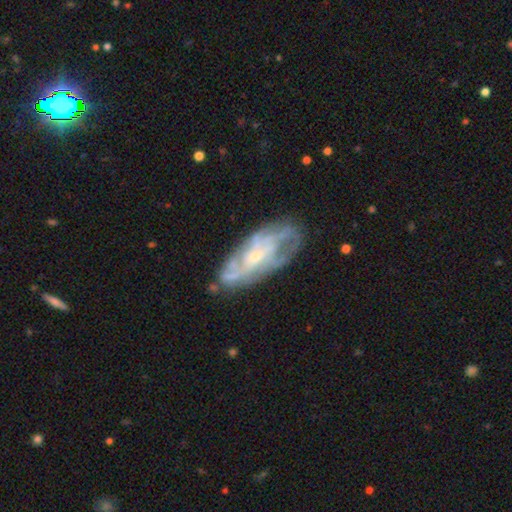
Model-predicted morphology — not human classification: Smooth or featured? featured or disk (77%)
Edge-on disk? no (91%)
Bar? no (67%)
Spiral arms? yes (81%)
Spiral winding? tight (50%)
Spiral arm count? can't tell (50%)
Bulge size? small (72%)
Merging? none (69%)